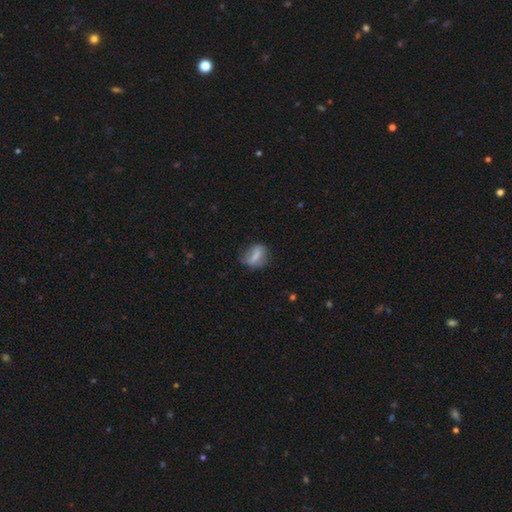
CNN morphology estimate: The model was most divided on "merging": none: 54%, minor disturbance: 28%, major disturbance: 15%, merger: 3%. More confident: how rounded — in between (59%); smooth or featured — smooth (59%).